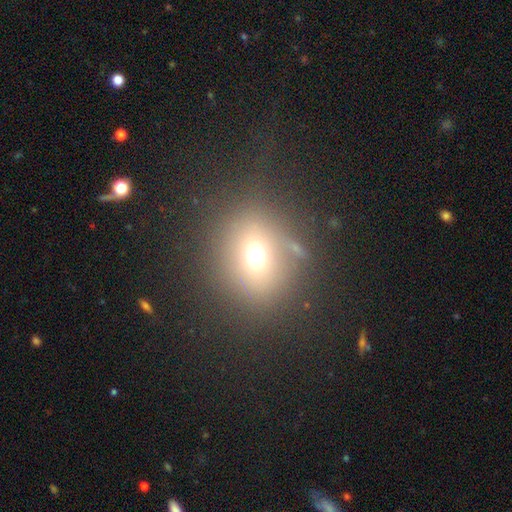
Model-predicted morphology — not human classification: smooth-or-featured: smooth: 64% | star or artifact: 22% | featured or disk: 13%
  how-rounded: round: 70% | in between: 28% | cigar-shaped: 1%
  merging: none: 76% | minor disturbance: 11% | major disturbance: 7% | merger: 5%